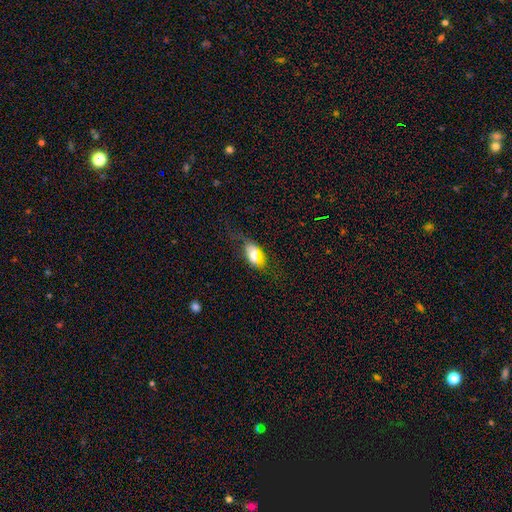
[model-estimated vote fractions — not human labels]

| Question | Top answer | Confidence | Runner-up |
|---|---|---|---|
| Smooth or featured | smooth | 65% | featured or disk (25%) |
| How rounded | in between | 89% | round (6%) |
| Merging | none | 52% | minor disturbance (25%) |